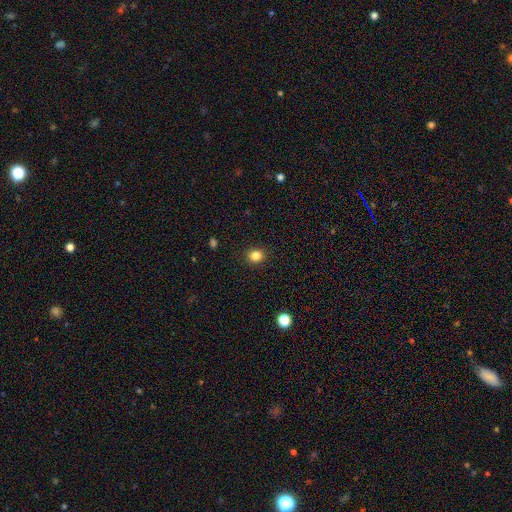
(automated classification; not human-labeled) Q: Smooth or featured?
A: smooth (84%); runner-up: star or artifact (12%)
Q: How rounded?
A: round (76%); runner-up: in between (23%)
Q: Merging?
A: none (91%); runner-up: minor disturbance (6%)